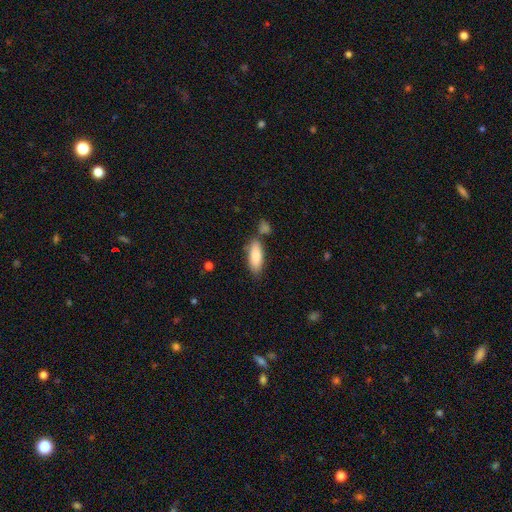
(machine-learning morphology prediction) Overall: smooth (81%). How rounded: in between (73%). Merging: none (72%).